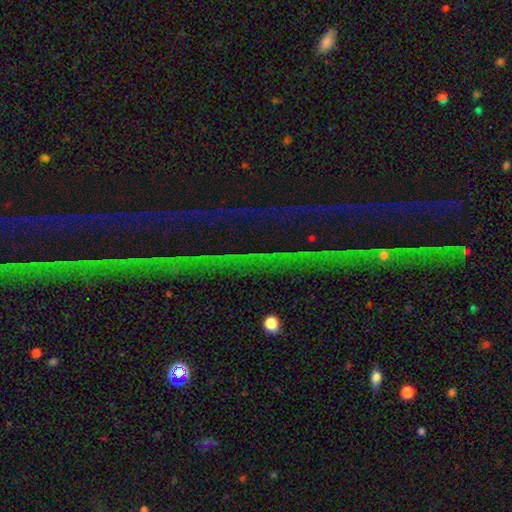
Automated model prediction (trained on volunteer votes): The model was most divided on "smooth or featured": star or artifact: 77%, featured or disk: 11%, smooth: 11%.